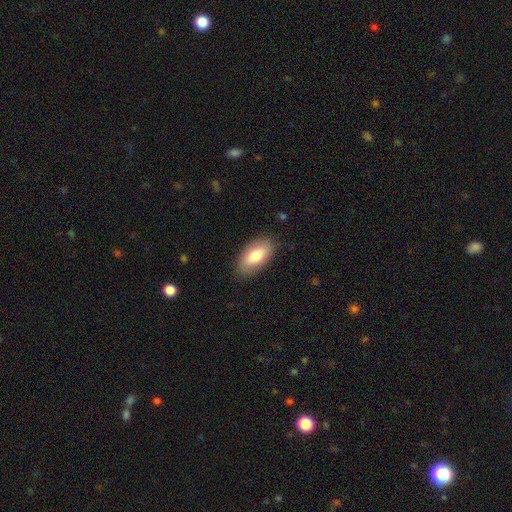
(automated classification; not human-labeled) This appears to be a smooth galaxy with no disk features (77%) that is in between round and cigar-shaped (92%). Merging: none (84%).